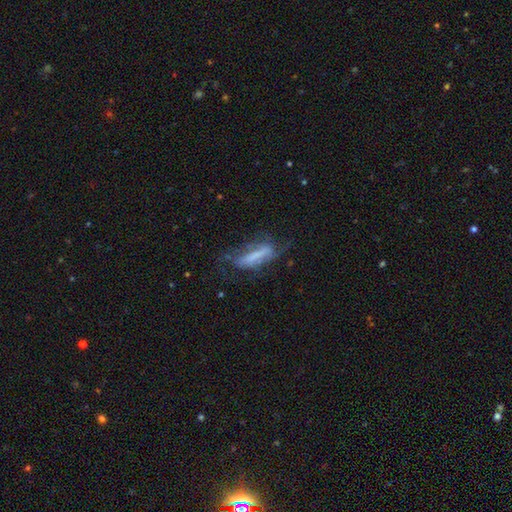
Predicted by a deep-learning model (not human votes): Q: Smooth or featured?
A: featured or disk (51%); runner-up: smooth (39%)
Q: Edge-on disk?
A: no (68%); runner-up: yes (32%)
Q: Merging?
A: none (41%); runner-up: major disturbance (29%)